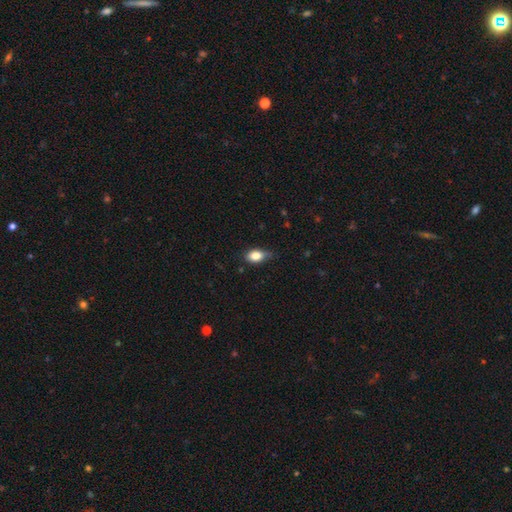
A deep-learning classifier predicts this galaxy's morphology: This appears to be a smooth galaxy with no disk features (81%) that is in between round and cigar-shaped (80%). Merging: none (57%).